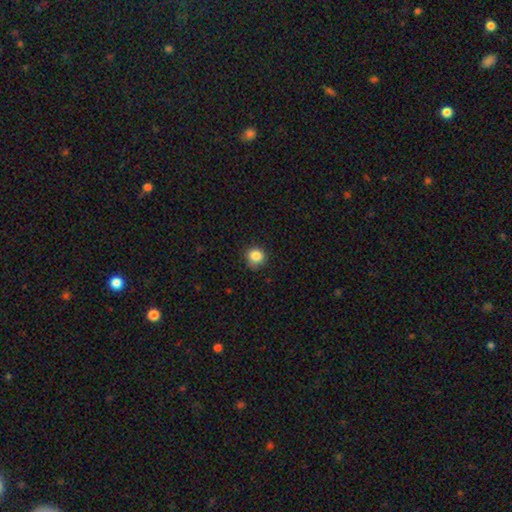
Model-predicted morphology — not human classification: Overall: smooth (86%). How rounded: round (89%). Merging: none (78%).